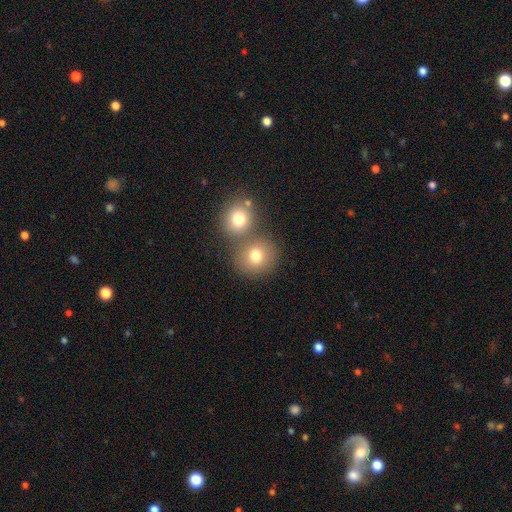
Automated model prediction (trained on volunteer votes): Morphology: type=smooth (76%); roundness=round (85%); merging=none (55%).